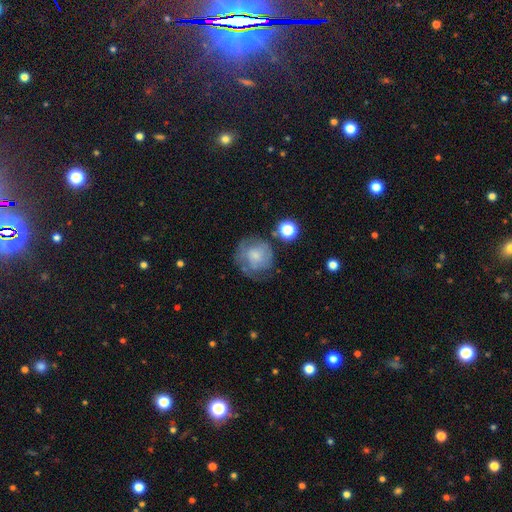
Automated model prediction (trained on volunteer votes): This appears to be a smooth galaxy with no disk features (48%). Merging: none (54%).